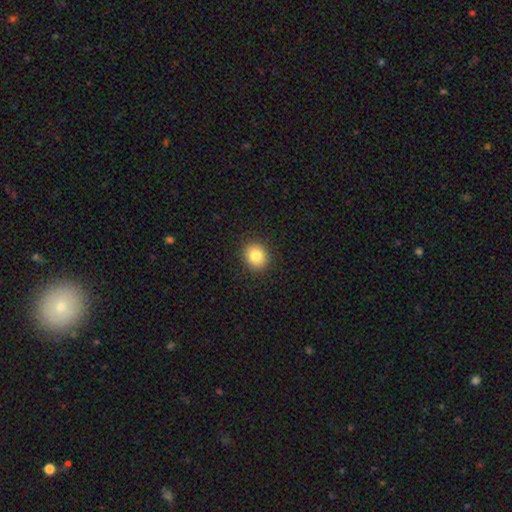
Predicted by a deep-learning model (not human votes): A smooth galaxy with no disk features (84%) that is round (76%). Merging: none (90%).